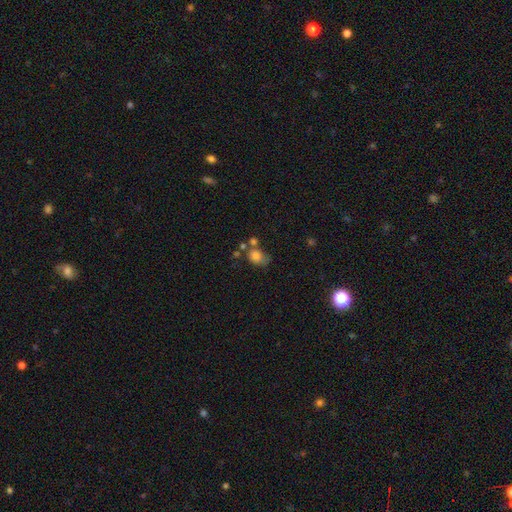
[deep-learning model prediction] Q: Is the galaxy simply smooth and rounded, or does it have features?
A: smooth — 78%.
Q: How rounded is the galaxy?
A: in between — 55%.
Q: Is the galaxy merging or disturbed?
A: none — 37%.